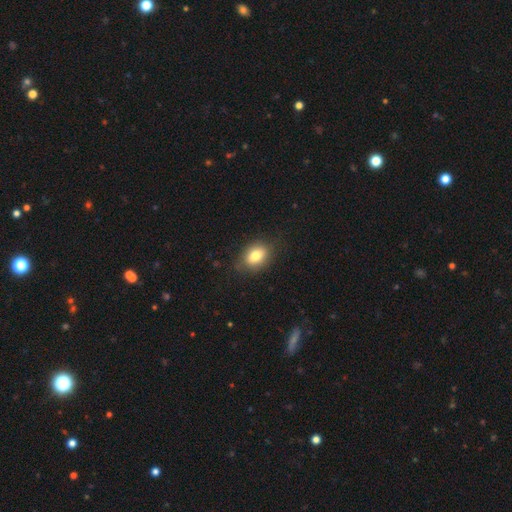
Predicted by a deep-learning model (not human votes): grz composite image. It shows a smooth galaxy with no disk features (79%) that is in between round and cigar-shaped (74%). Merging: none (81%).